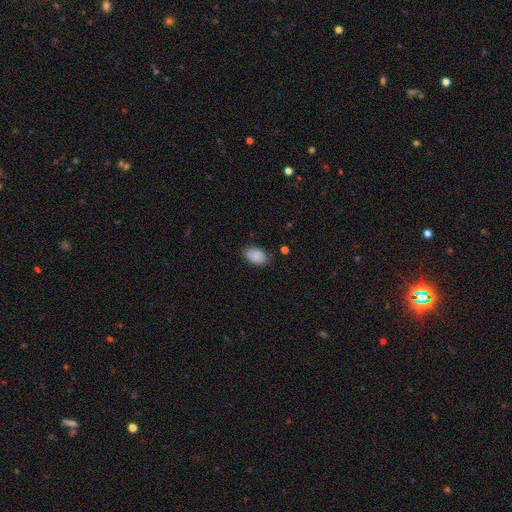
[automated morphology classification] Smooth or featured? smooth (88%)
How rounded? in between (90%)
Merging? none (79%)